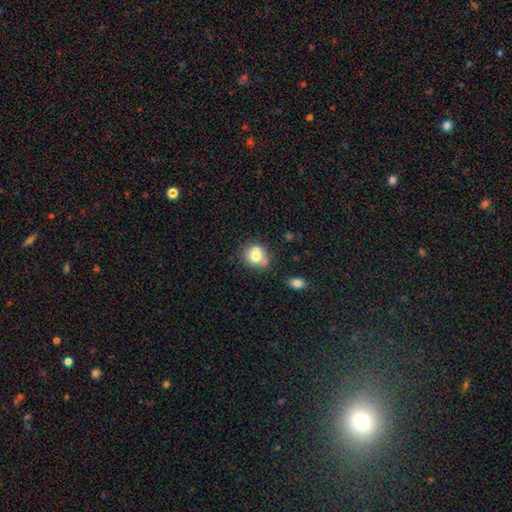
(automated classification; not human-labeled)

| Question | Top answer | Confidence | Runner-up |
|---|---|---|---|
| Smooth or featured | smooth | 72% | featured or disk (18%) |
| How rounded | round | 68% | in between (31%) |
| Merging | none | 50% | merger (26%) |